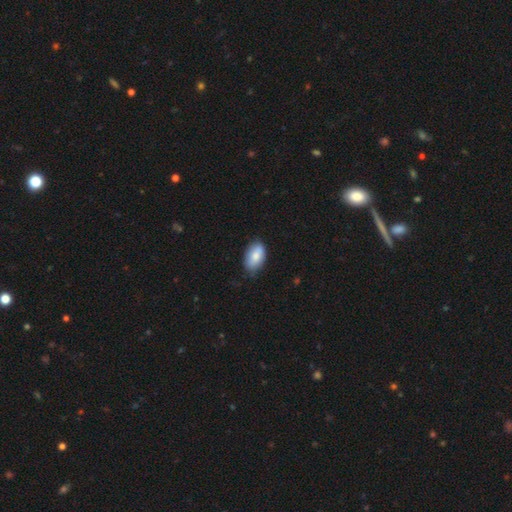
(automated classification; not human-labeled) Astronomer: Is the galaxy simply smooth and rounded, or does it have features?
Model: smooth — 82%.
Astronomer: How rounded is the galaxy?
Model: in between — 93%.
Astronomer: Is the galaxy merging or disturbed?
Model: none — 75%.